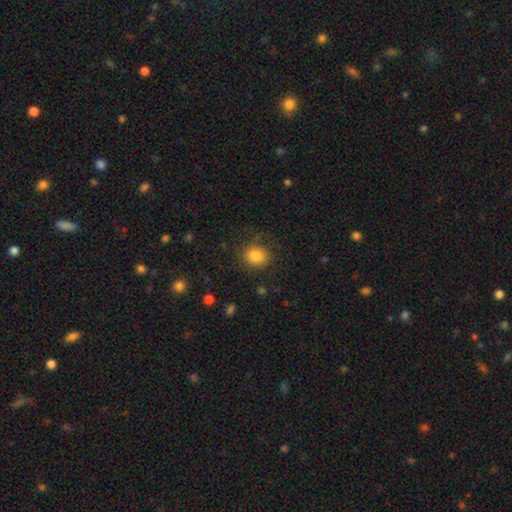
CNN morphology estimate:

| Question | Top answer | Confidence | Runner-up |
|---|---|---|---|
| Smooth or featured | smooth | 84% | star or artifact (11%) |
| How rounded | round | 71% | in between (28%) |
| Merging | none | 83% | minor disturbance (11%) |